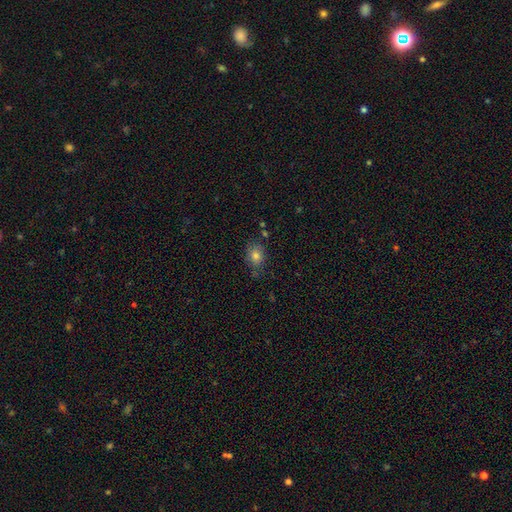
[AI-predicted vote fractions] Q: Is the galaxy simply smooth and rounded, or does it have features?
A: smooth — 78%.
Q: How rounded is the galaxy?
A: in between — 50%.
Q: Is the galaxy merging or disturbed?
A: none — 73%.